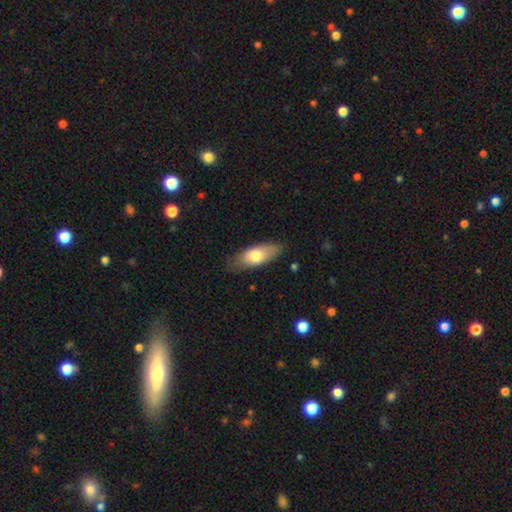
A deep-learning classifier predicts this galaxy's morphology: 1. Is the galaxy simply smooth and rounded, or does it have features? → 73% smooth, 21% featured or disk, 6% star or artifact.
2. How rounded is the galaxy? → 77% in between, 20% cigar-shaped, 3% round.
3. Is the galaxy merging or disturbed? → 77% none, 18% minor disturbance, 4% major disturbance, 1% merger.